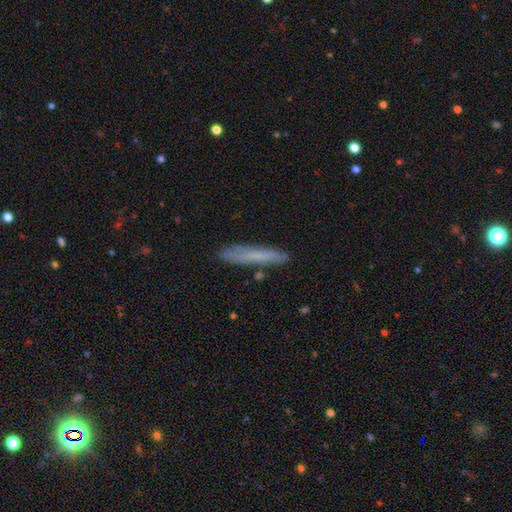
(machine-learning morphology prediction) Smooth or featured? Predicted: smooth (p=0.64). How rounded? Predicted: cigar-shaped (p=0.94). Merging? Predicted: none (p=0.82).